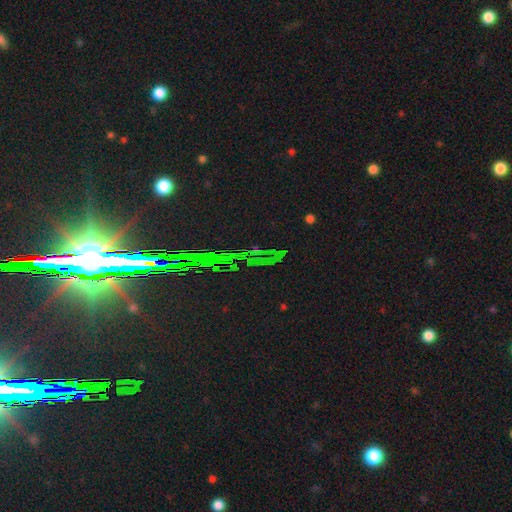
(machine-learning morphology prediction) This is likely a star or artifact rather than a galaxy (79%).